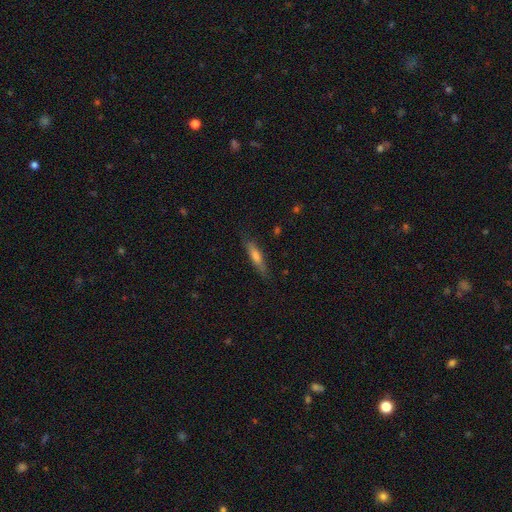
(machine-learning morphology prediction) This appears to be a smooth galaxy with no disk features (57%) that is cigar-shaped (81%). Merging: none (81%).